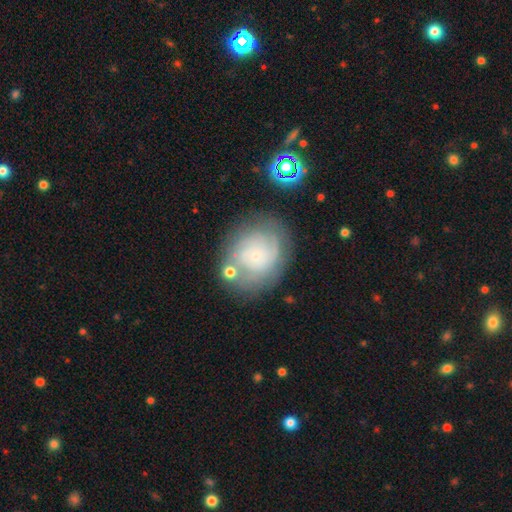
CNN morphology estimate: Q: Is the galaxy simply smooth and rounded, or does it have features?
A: featured or disk — 62%.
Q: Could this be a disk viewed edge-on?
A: no — 97%.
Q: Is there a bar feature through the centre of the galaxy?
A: no — 84%.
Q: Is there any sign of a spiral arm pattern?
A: yes — 77%.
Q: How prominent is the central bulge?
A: small — 86%.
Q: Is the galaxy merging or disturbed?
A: none — 70%.